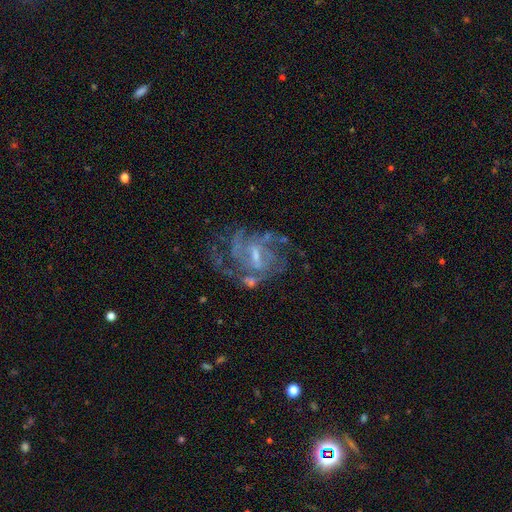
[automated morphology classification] A featured or disk galaxy (85%) with a weak bar (57%), medium (45%) spiral arms (88%) and a small central bulge (52%).

Vote fractions:
- Smooth or featured? featured or disk: 85% / star or artifact: 8% / smooth: 7%
- Edge-on disk? no: 97% / yes: 3%
- Bar? weak: 57% / no: 24% / strong: 19%
- Spiral arms? yes: 88% / no: 12%
- Spiral winding? medium: 45% / tight: 38% / loose: 16%
- Spiral arm count? can't tell: 32% / 3: 23% / 2: 22% / 4: 13% / 1: 5% / more than 4: 5%
- Bulge size? small: 52% / moderate: 33% / none: 12% / large: 2% / dominant: 1%
- Merging? none: 53% / major disturbance: 22% / minor disturbance: 18% / merger: 7%